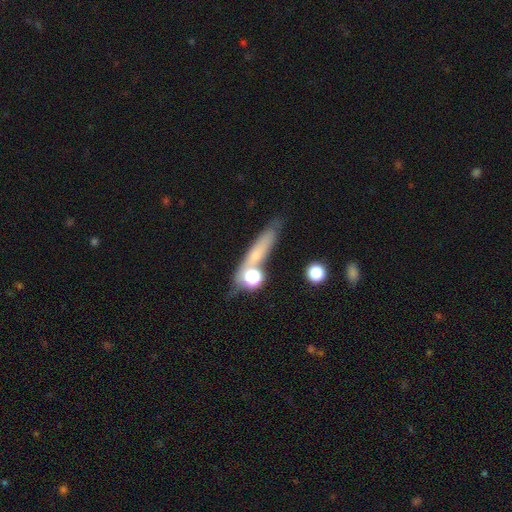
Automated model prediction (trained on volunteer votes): smooth_or_featured: smooth (p=0.56) [alt: featured or disk p=0.29]
how_rounded: cigar-shaped (p=0.68) [alt: in between p=0.17]
merging: none (p=0.62) [alt: merger p=0.15]